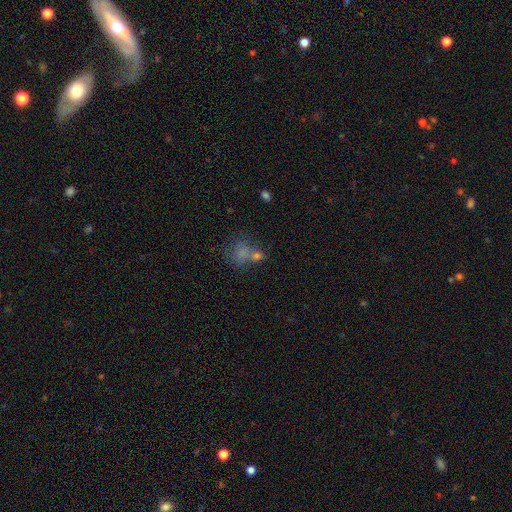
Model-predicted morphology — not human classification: This appears to be a smooth galaxy with no disk features (62%) that is round (61%). Merging: none (41%).